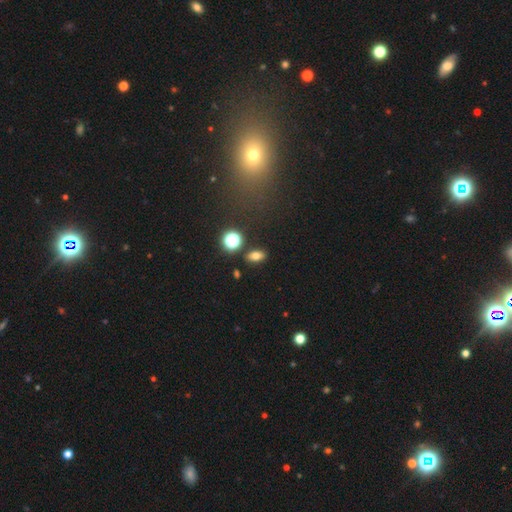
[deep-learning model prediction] smooth 73%, star or artifact 16%, featured or disk 11%. Down the decision tree: how rounded — in between (81%); merging — none (86%).